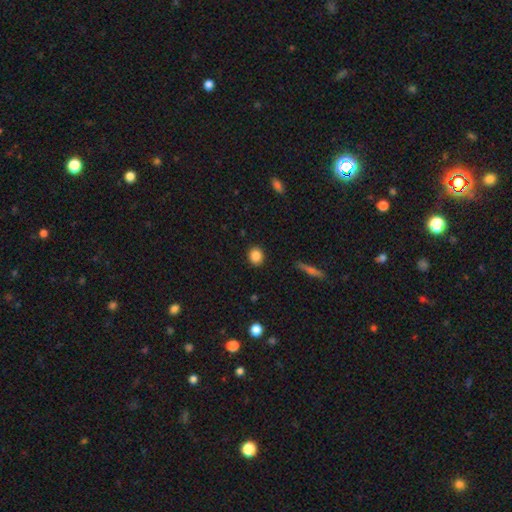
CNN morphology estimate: A smooth galaxy with no disk features (87%) that is round (73%). Merging: none (90%).